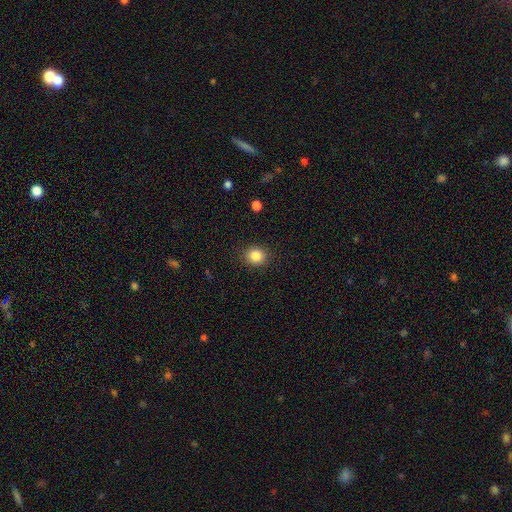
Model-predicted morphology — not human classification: A smooth galaxy with no disk features (85%) that is round (79%).

Vote fractions:
- Smooth or featured? smooth: 85% / star or artifact: 10% / featured or disk: 5%
- How rounded? round: 79% / in between: 20% / cigar-shaped: 1%
- Merging? none: 88% / minor disturbance: 8% / major disturbance: 3% / merger: 1%